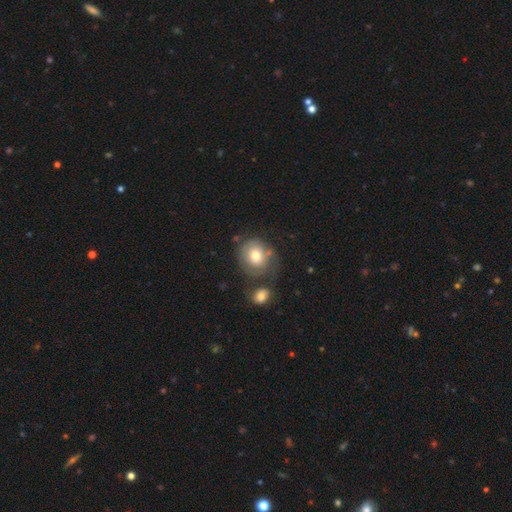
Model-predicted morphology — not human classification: A smooth galaxy with no disk features (64%) that is round (73%). Merging: none (53%).